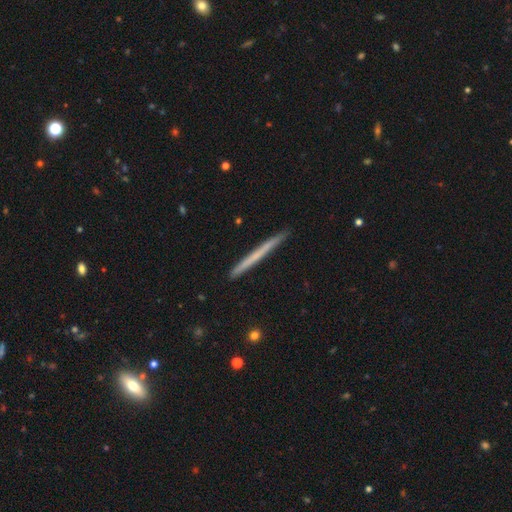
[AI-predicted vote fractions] Smooth or featured?
  - smooth: 51% *
  - featured or disk: 43%
  - star or artifact: 6%
How rounded?
  - cigar-shaped: 97% *
  - in between: 1%
  - round: 1%
Merging?
  - none: 91% *
  - minor disturbance: 6%
  - major disturbance: 1%
  - merger: 1%